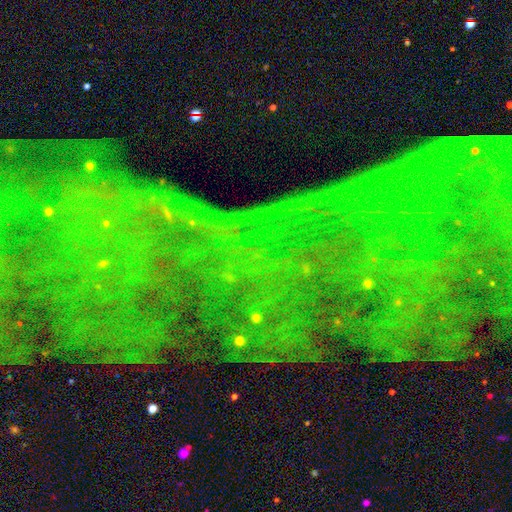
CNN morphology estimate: Smooth or featured?
  - star or artifact: 82% *
  - featured or disk: 11%
  - smooth: 8%